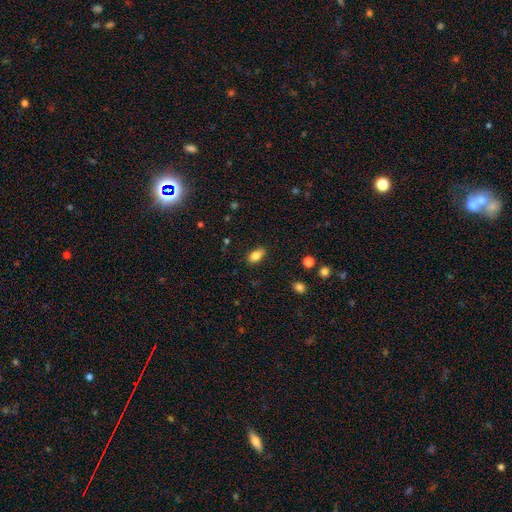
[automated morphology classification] type=smooth (84%); roundness=in between (89%); merging=none (84%).